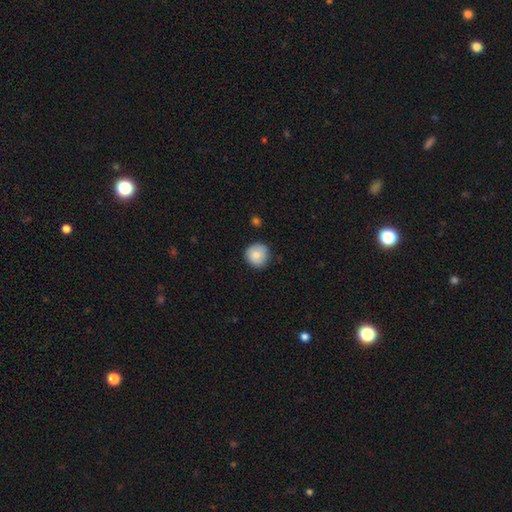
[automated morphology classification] Smooth or featured?
  - smooth: 81% *
  - featured or disk: 11%
  - star or artifact: 8%
How rounded?
  - round: 93% *
  - in between: 6%
  - cigar-shaped: 1%
Merging?
  - none: 83% *
  - minor disturbance: 14%
  - major disturbance: 2%
  - merger: 1%